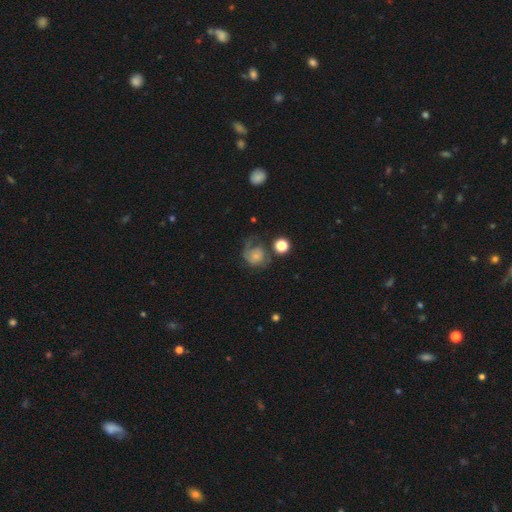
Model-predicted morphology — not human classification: Smooth or featured? Predicted: smooth (p=0.45). Merging? Predicted: none (p=0.38).